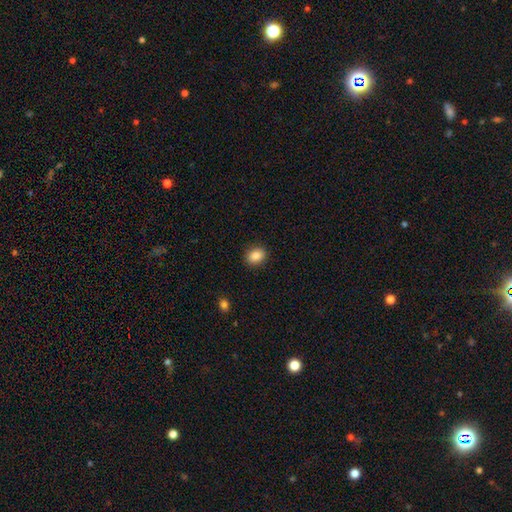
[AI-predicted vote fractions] The model was most divided on "how rounded": in between: 62%, round: 37%, cigar-shaped: 1%. More confident: merging — none (89%); smooth or featured — smooth (87%).